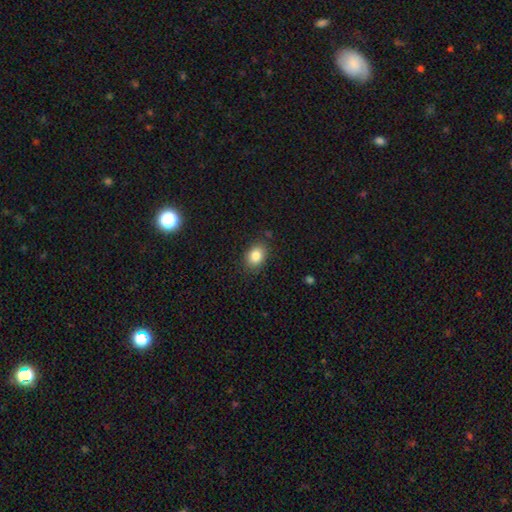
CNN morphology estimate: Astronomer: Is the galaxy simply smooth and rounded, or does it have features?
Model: smooth — 84%.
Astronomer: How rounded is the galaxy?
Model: in between — 68%.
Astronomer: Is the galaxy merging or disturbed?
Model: none — 83%.